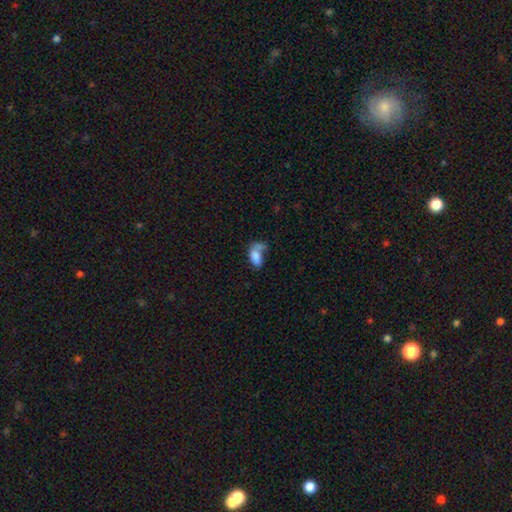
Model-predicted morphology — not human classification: A smooth galaxy with no disk features (77%) that is in between round and cigar-shaped (91%).

Vote fractions:
- Smooth or featured? smooth: 77% / featured or disk: 14% / star or artifact: 9%
- How rounded? in between: 91% / round: 6% / cigar-shaped: 3%
- Merging? merger: 36% / none: 30% / major disturbance: 18% / minor disturbance: 16%